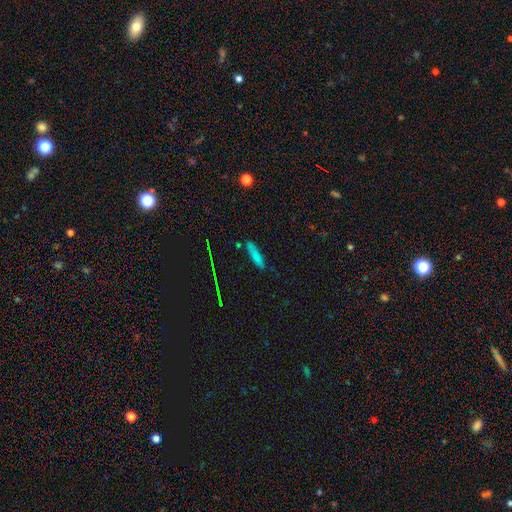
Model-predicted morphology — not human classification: Smooth or featured?
  - smooth: 75% *
  - star or artifact: 14%
  - featured or disk: 12%
How rounded?
  - cigar-shaped: 77% *
  - in between: 21%
  - round: 2%
Merging?
  - none: 79% *
  - minor disturbance: 15%
  - merger: 3%
  - major disturbance: 3%